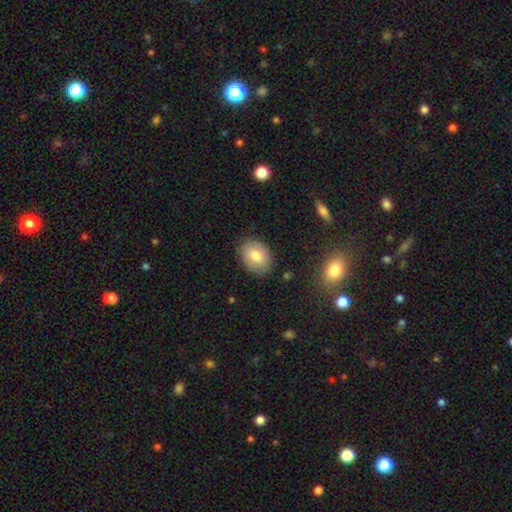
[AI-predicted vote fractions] The model was most divided on "how rounded": in between: 67%, round: 32%, cigar-shaped: 1%. More confident: merging — none (84%); smooth or featured — smooth (78%).